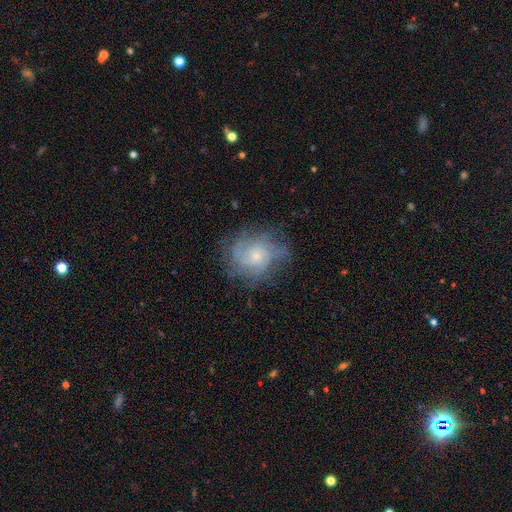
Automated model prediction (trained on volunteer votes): This is likely a featured or disk galaxy (65%). It is clearly not viewed edge-on (97%). Bar: likely no (80%). Spiral arm pattern: clearly yes (83%). Spiral arm count: possibly can't tell (47%). Spiral winding: possibly tight (46%). Central bulge: likely small (68%). Merging: likely none (64%).